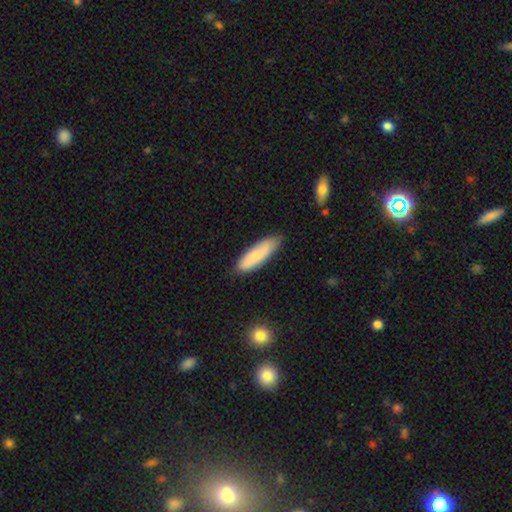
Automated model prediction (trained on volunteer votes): smooth-or-featured: smooth: 78% | featured or disk: 16% | star or artifact: 6%
  how-rounded: cigar-shaped: 52% | in between: 46% | round: 2%
  merging: none: 77% | minor disturbance: 18% | major disturbance: 3% | merger: 2%